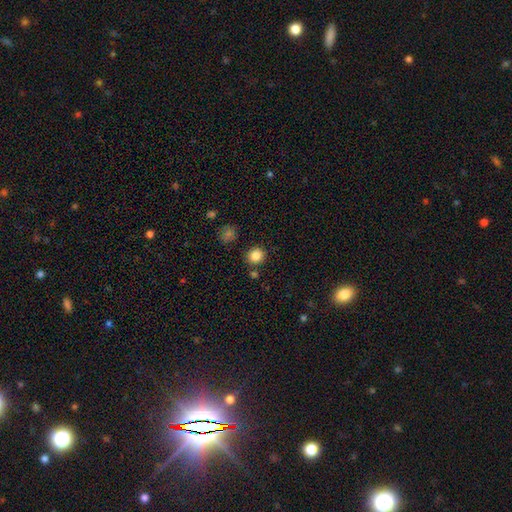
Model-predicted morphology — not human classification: smooth 85%, star or artifact 11%, featured or disk 4%. Down the decision tree: how rounded — round (87%); merging — none (85%).